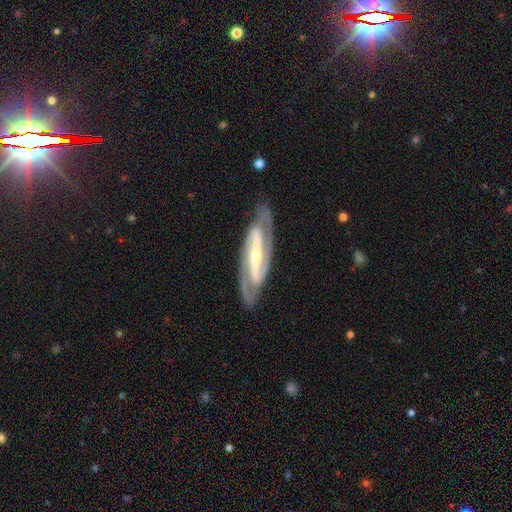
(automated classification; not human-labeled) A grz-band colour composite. It shows a featured or disk galaxy (91%) with a strong bar (78%), 2 (93%) medium (46%) spiral arms (97%) and a small central bulge (58%). Merging: none (85%).